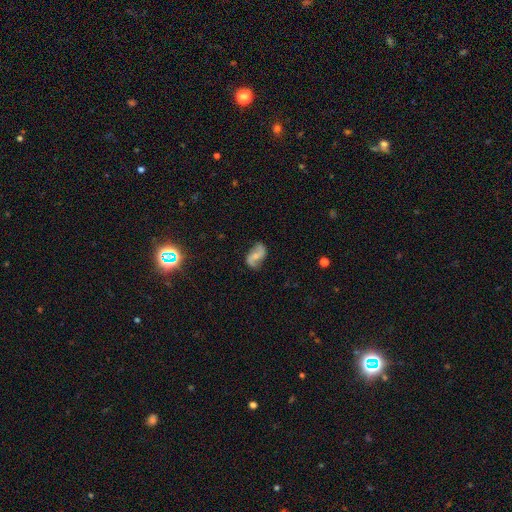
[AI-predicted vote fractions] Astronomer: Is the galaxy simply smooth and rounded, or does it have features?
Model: featured or disk — 70%.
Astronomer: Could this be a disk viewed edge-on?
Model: no — 97%.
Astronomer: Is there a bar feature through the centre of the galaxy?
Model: weak — 40%, tied with no at 40%.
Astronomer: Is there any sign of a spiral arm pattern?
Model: yes — 92%.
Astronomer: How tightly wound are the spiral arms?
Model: loose — 69%.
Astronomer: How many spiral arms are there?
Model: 2 — 91%.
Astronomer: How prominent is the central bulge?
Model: small — 50% (runner-up: moderate, 27%).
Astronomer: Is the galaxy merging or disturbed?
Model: none — 74%.